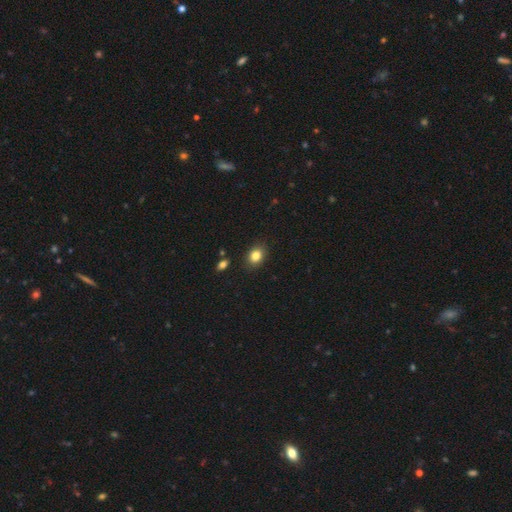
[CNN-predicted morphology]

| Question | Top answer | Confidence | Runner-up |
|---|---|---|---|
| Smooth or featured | smooth | 84% | star or artifact (10%) |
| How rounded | in between | 60% | round (39%) |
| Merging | none | 86% | minor disturbance (10%) |